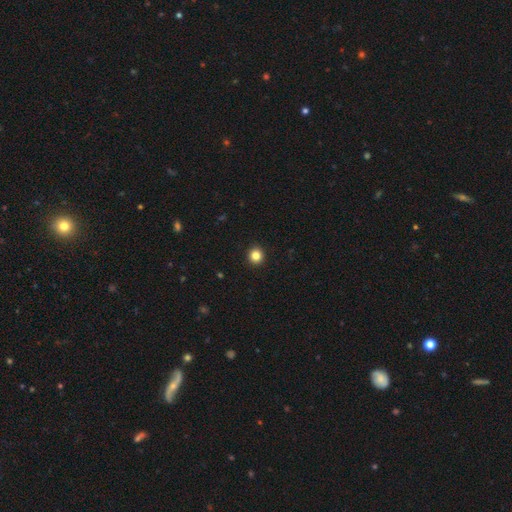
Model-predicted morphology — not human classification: A smooth galaxy with no disk features (84%) that is round (91%). Merging: none (94%).